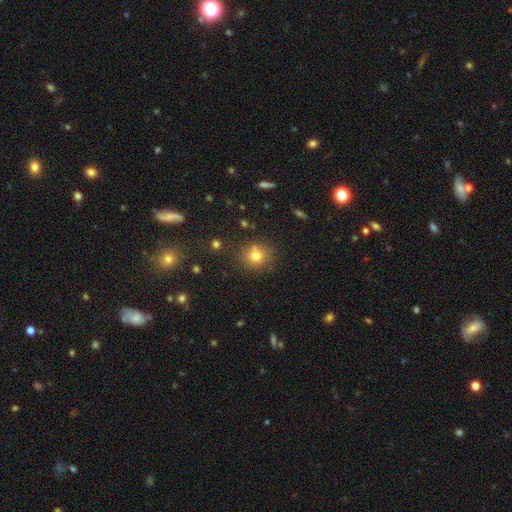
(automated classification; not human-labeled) Smooth or featured: smooth — 74% (star or artifact — 16%)
How rounded: round — 85% (in between — 14%)
Merging: none — 77% (minor disturbance — 12%)